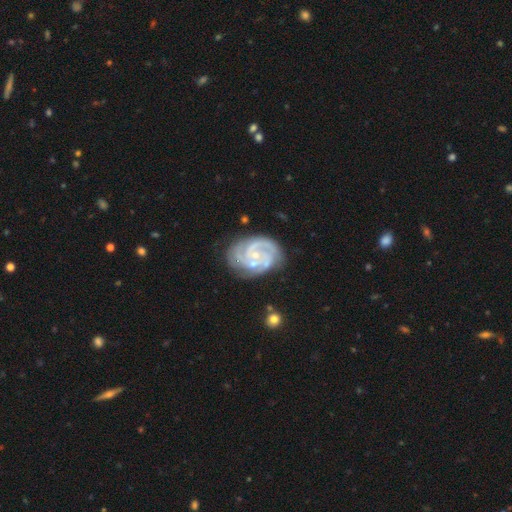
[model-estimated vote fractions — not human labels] Smooth or featured: featured or disk — 91% (star or artifact — 5%)
Edge-on disk: no — 98% (yes — 2%)
Bar: no — 64% (weak — 29%)
Spiral arms: yes — 98% (no — 2%)
Spiral winding: tight — 65% (medium — 31%)
Spiral arm count: 3 — 46% (2 — 20%)
Bulge size: small — 71% (moderate — 24%)
Merging: none — 70% (minor disturbance — 19%)